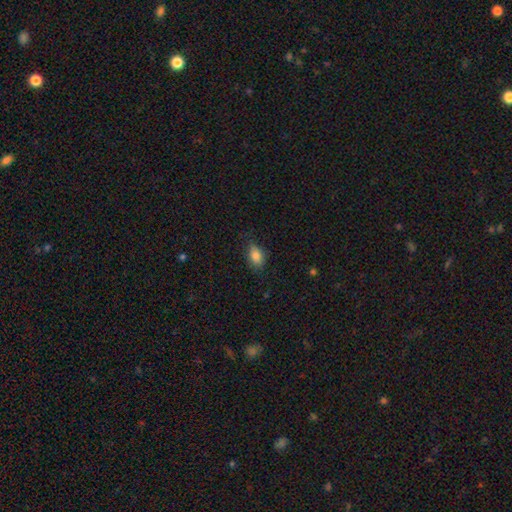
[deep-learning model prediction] smooth-or-featured: smooth: 83% | star or artifact: 9% | featured or disk: 8%
  how-rounded: in between: 84% | round: 14% | cigar-shaped: 3%
  merging: none: 73% | minor disturbance: 22% | major disturbance: 4% | merger: 1%